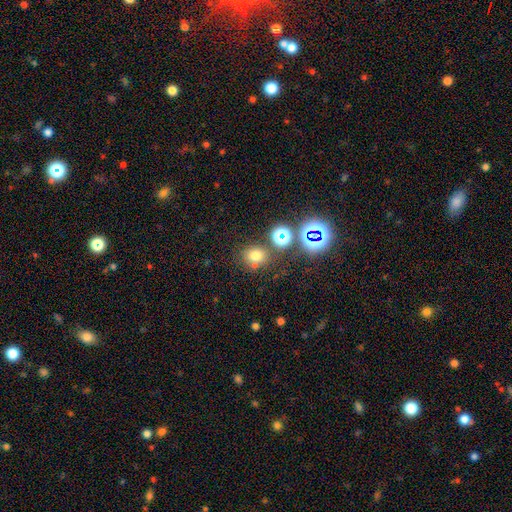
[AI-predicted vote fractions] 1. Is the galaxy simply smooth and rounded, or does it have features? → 66% smooth, 24% star or artifact, 10% featured or disk.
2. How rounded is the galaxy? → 64% round, 35% in between, 1% cigar-shaped.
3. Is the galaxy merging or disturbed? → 70% none, 13% merger, 12% minor disturbance, 5% major disturbance.